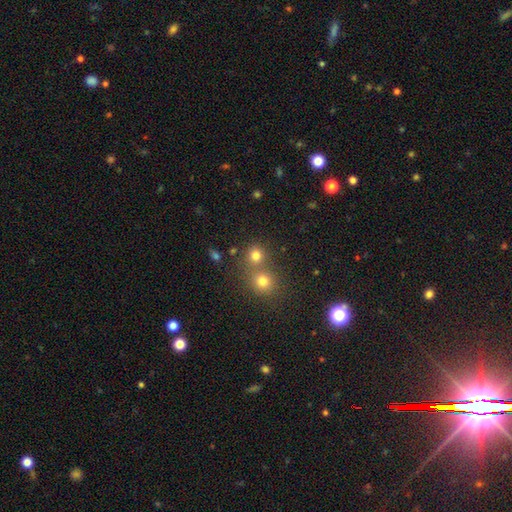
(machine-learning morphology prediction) The model was most divided on "merging": none: 56%, merger: 35%, minor disturbance: 6%, major disturbance: 3%. More confident: how rounded — round (85%); smooth or featured — smooth (78%).